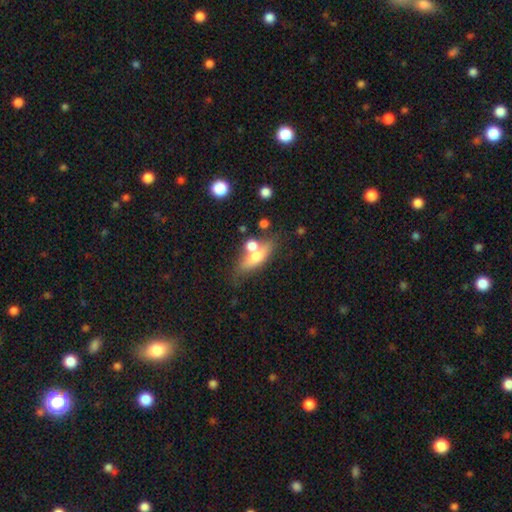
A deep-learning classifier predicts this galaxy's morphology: A smooth galaxy with no disk features (60%) that is in between round and cigar-shaped (53%).

Vote fractions:
- Smooth or featured? smooth: 60% / featured or disk: 31% / star or artifact: 9%
- How rounded? in between: 53% / cigar-shaped: 41% / round: 7%
- Merging? none: 50% / merger: 28% / minor disturbance: 15% / major disturbance: 7%